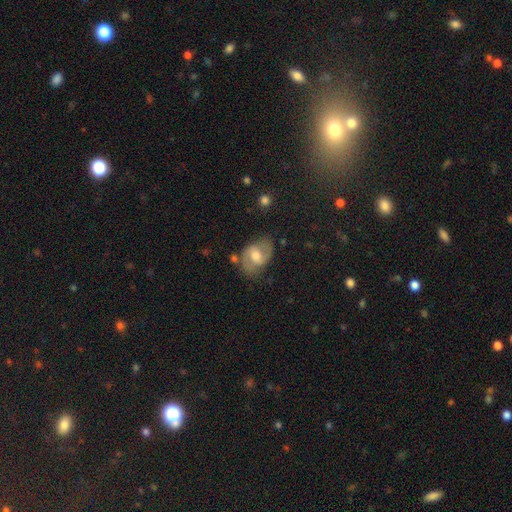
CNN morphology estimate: Smooth or featured?
  - featured or disk: 58% *
  - smooth: 35%
  - star or artifact: 7%
Edge-on disk?
  - no: 95% *
  - yes: 5%
Bar?
  - weak: 51% *
  - no: 33%
  - strong: 16%
Spiral arms?
  - yes: 77% *
  - no: 23%
Bulge size?
  - moderate: 67% *
  - large: 16%
  - small: 14%
  - none: 2%
  - dominant: 1%
Merging?
  - none: 65% *
  - minor disturbance: 23%
  - major disturbance: 8%
  - merger: 4%